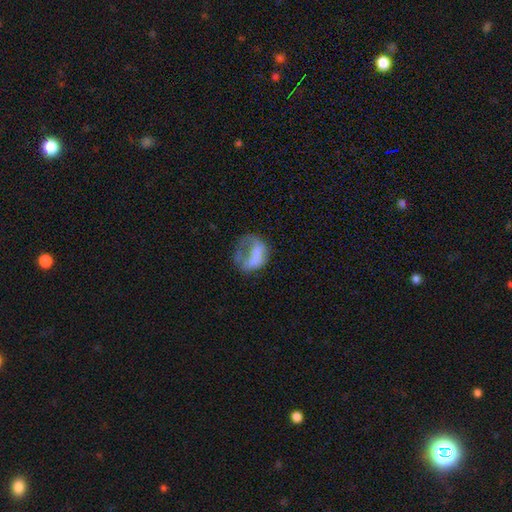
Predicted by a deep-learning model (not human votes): Smooth or featured: smooth — 50% (featured or disk — 40%)
Merging: major disturbance — 50% (none — 25%)